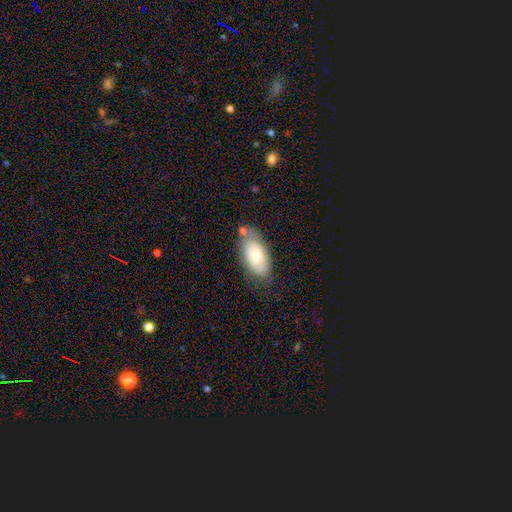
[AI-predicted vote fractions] smooth-or-featured: smooth: 72% | featured or disk: 21% | star or artifact: 7%
  how-rounded: in between: 93% | cigar-shaped: 4% | round: 3%
  merging: none: 62% | minor disturbance: 21% | merger: 12% | major disturbance: 6%